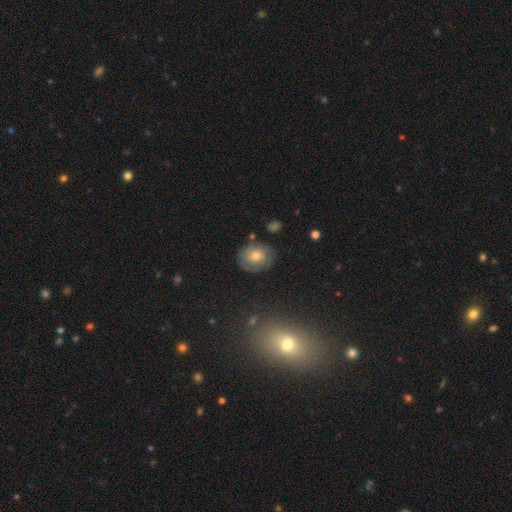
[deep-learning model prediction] This appears to be a smooth galaxy with no disk features (48%). Merging: none (76%).